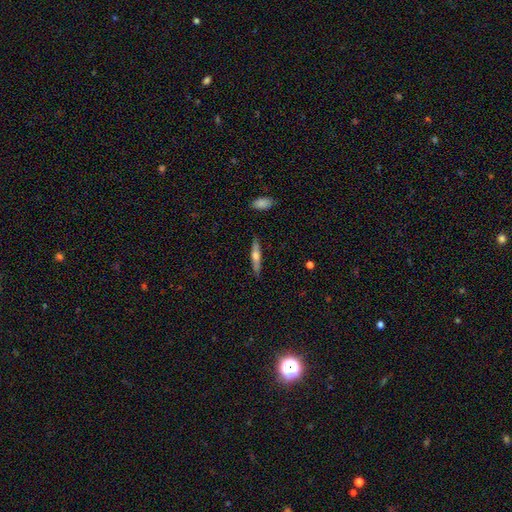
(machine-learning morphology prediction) type=featured or disk (48%); merging=none (87%).